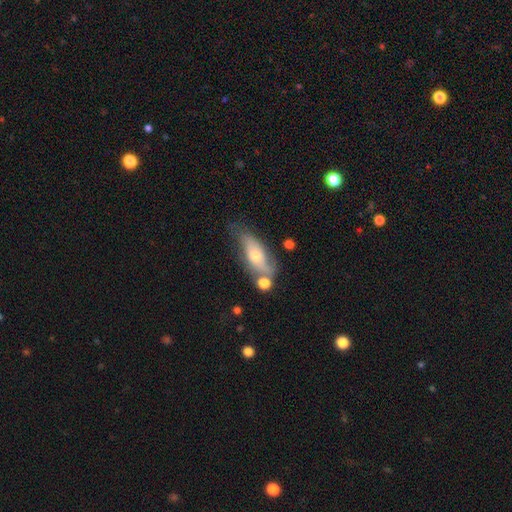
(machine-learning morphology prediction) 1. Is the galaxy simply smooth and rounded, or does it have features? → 51% smooth, 41% featured or disk, 7% star or artifact.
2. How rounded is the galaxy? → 71% in between, 25% cigar-shaped, 4% round.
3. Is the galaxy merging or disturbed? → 41% none, 26% minor disturbance, 19% merger, 14% major disturbance.